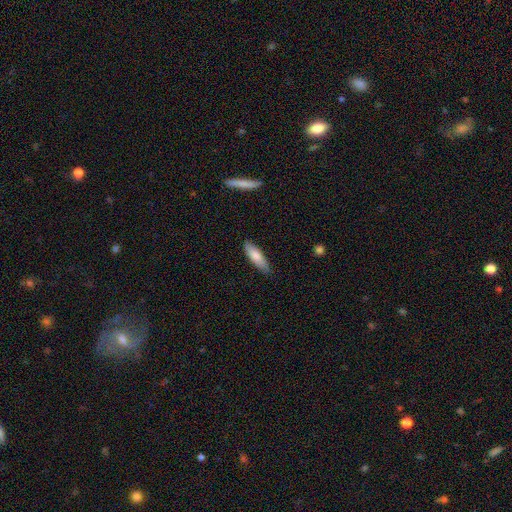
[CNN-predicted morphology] Smooth or featured? Predicted: smooth (p=0.78). How rounded? Predicted: cigar-shaped (p=0.51). Merging? Predicted: none (p=0.80).